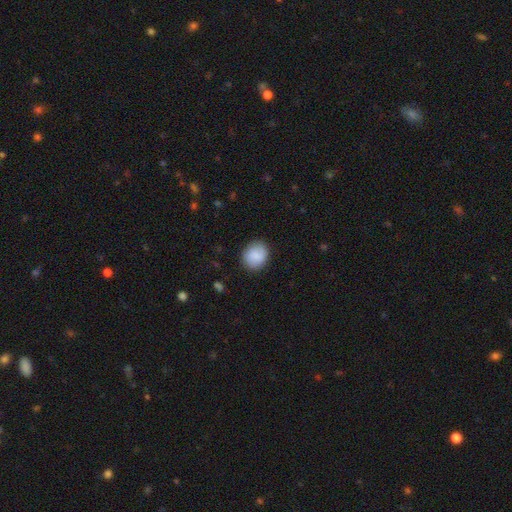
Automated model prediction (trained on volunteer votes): A smooth galaxy with no disk features (83%) that is round (69%). Merging: none (84%).